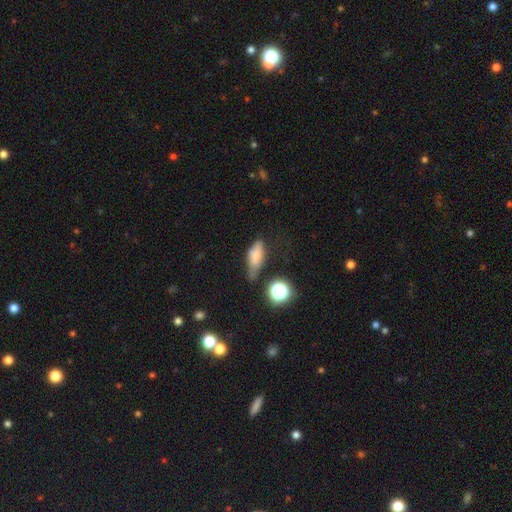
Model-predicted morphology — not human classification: smooth_or_featured: smooth (p=0.65) [alt: featured or disk p=0.23]
how_rounded: in between (p=0.66) [alt: cigar-shaped p=0.26]
merging: none (p=0.48) [alt: minor disturbance p=0.34]